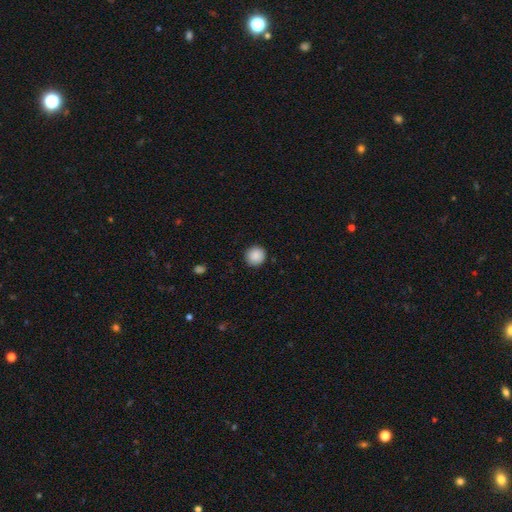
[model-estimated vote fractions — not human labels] Smooth or featured? Predicted: smooth (p=0.89). How rounded? Predicted: round (p=0.92). Merging? Predicted: none (p=0.91).